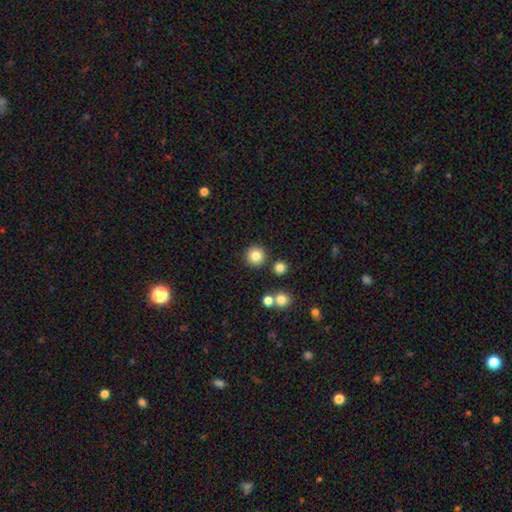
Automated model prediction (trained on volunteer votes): Smooth or featured? smooth (82%)
How rounded? round (95%)
Merging? none (87%)